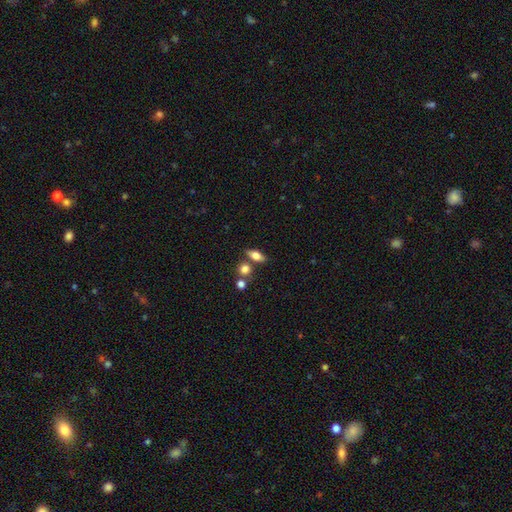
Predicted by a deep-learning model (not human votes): This appears to be a smooth galaxy with no disk features (69%) that is in between round and cigar-shaped (72%). Merging: none (70%).